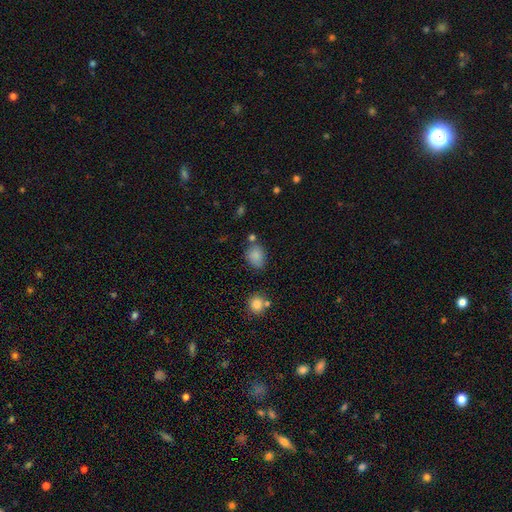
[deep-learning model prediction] Smooth or featured: smooth — 83% (star or artifact — 11%)
How rounded: in between — 57% (round — 42%)
Merging: none — 65% (minor disturbance — 20%)